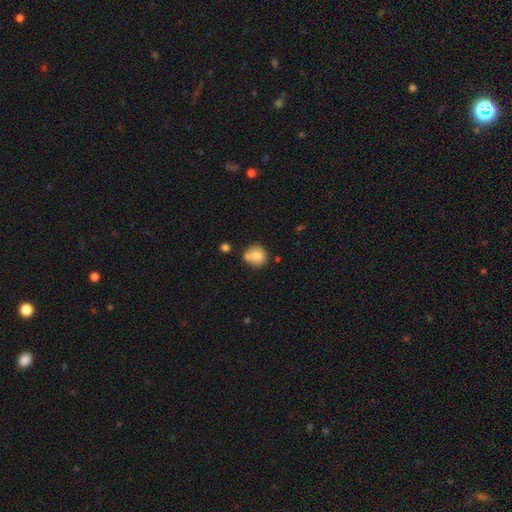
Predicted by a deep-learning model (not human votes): smooth_or_featured: smooth (p=0.76) [alt: featured or disk p=0.16]
how_rounded: round (p=0.81) [alt: in between p=0.18]
merging: none (p=0.51) [alt: merger p=0.25]